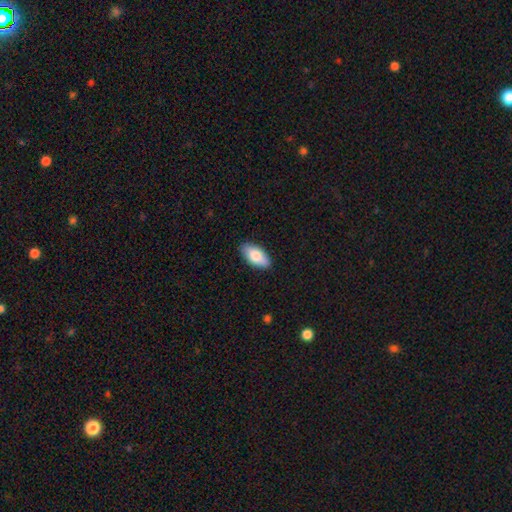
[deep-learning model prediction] This appears to be a smooth galaxy with no disk features (81%) that is in between round and cigar-shaped (92%). Merging: none (88%).